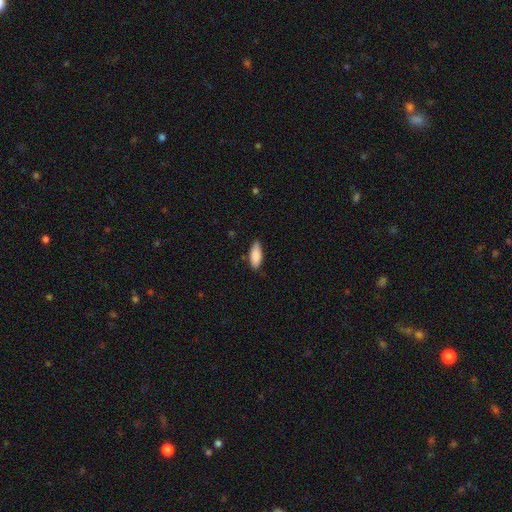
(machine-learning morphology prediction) This is clearly a smooth galaxy (87%). How rounded: likely in between (75%). Merging: clearly none (82%).